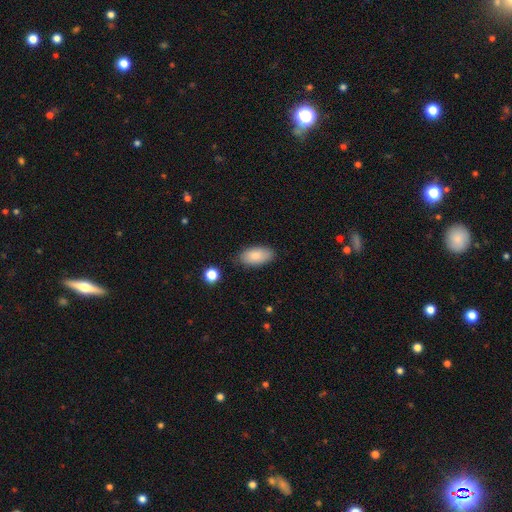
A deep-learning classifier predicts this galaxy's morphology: smooth-or-featured: smooth: 84% | featured or disk: 9% | star or artifact: 7%
  how-rounded: in between: 93% | cigar-shaped: 4% | round: 3%
  merging: none: 82% | minor disturbance: 13% | major disturbance: 3% | merger: 2%